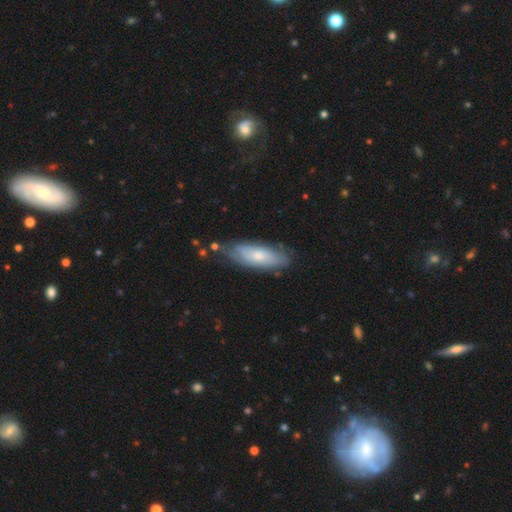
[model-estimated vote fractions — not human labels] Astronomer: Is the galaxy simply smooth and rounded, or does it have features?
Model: smooth — 52% (runner-up: featured or disk, 42%).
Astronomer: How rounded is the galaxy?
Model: in between — 61% (runner-up: cigar-shaped, 37%).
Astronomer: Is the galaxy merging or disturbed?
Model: none — 70%.